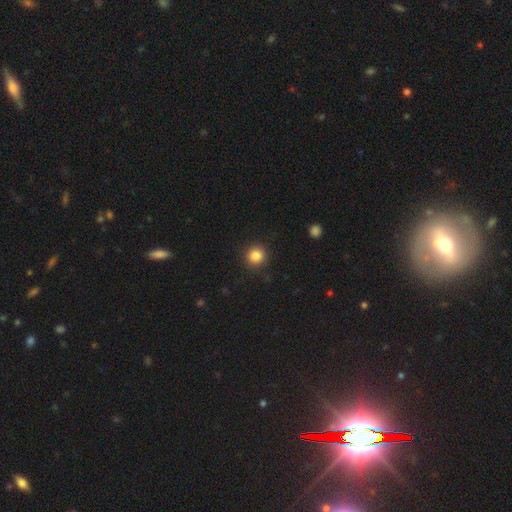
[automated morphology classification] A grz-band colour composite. It shows a smooth galaxy with no disk features (84%) that is round (93%). Merging: none (91%).